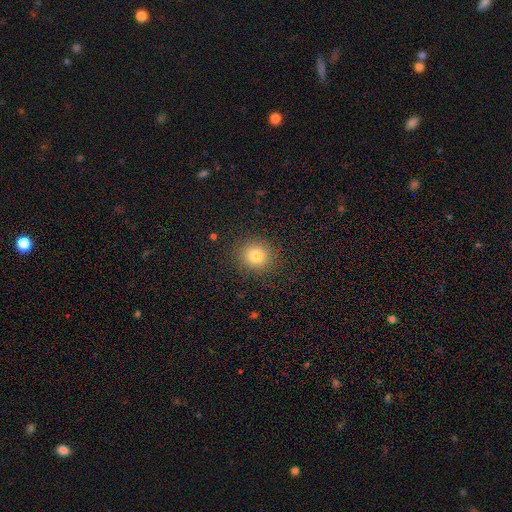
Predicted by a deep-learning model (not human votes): smooth-or-featured: smooth: 79% | star or artifact: 13% | featured or disk: 8%
  how-rounded: round: 88% | in between: 11% | cigar-shaped: 1%
  merging: none: 88% | minor disturbance: 7% | major disturbance: 3% | merger: 1%